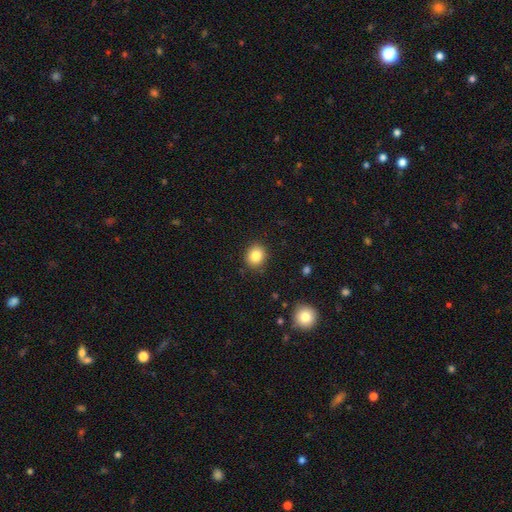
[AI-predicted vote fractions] Smooth or featured? Predicted: smooth (p=0.84). How rounded? Predicted: round (p=0.75). Merging? Predicted: none (p=0.88).